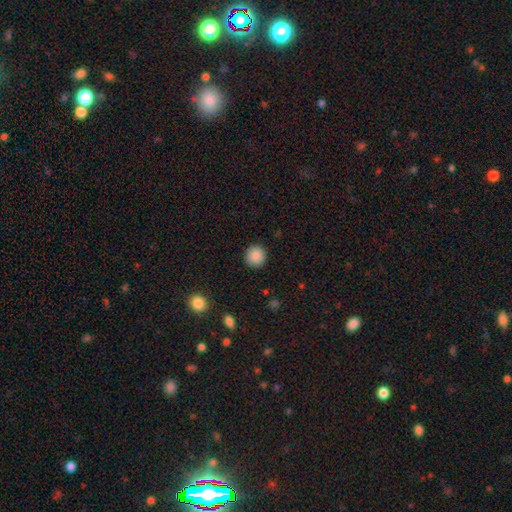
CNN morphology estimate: smooth 88%, star or artifact 8%, featured or disk 3%. Down the decision tree: how rounded — round (94%); merging — none (92%).